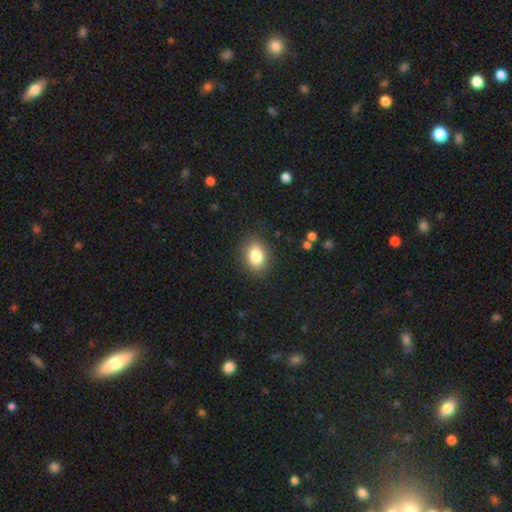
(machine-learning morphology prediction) This appears to be a smooth galaxy with no disk features (84%) that is in between round and cigar-shaped (69%). Merging: none (86%).